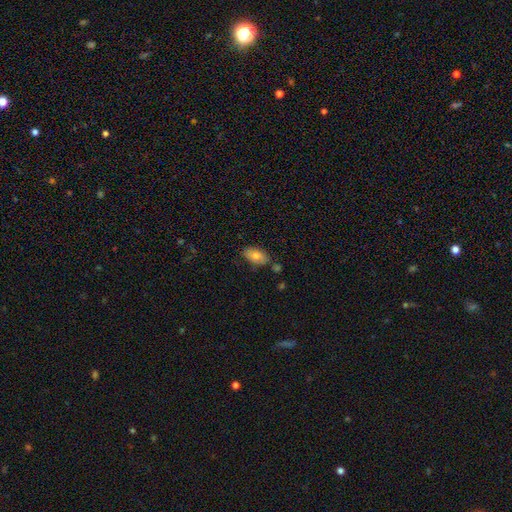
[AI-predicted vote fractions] Smooth or featured? smooth (77%)
How rounded? in between (91%)
Merging? none (77%)